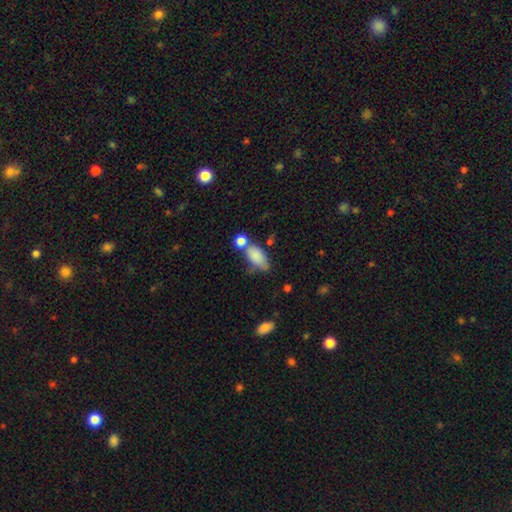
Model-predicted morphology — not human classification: Q: Smooth or featured?
A: smooth (83%); runner-up: featured or disk (10%)
Q: How rounded?
A: in between (89%); runner-up: round (6%)
Q: Merging?
A: none (39%); runner-up: merger (31%)